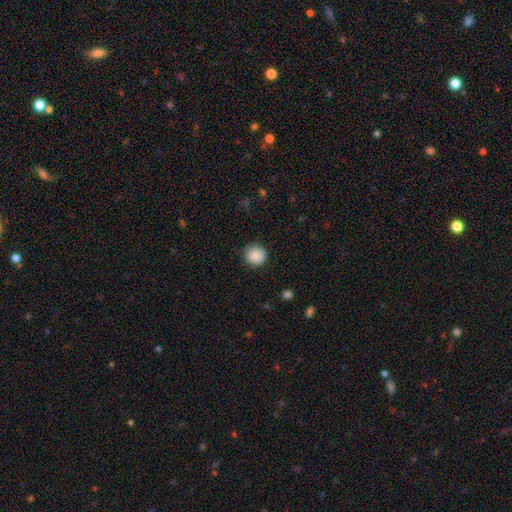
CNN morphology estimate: Q: Smooth or featured?
A: smooth (88%); runner-up: star or artifact (8%)
Q: How rounded?
A: round (92%); runner-up: in between (7%)
Q: Merging?
A: none (86%); runner-up: minor disturbance (11%)